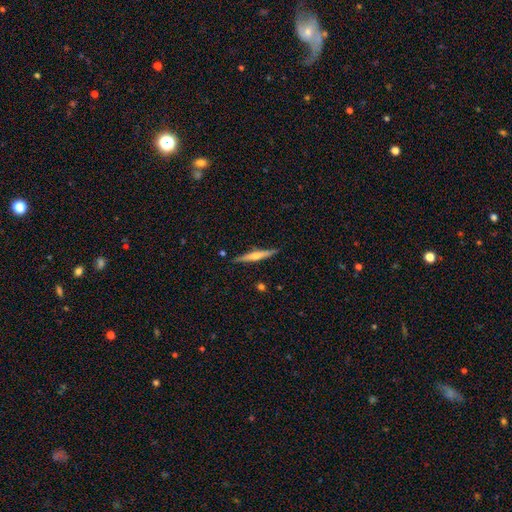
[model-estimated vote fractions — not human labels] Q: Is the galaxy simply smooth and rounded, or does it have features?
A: featured or disk — 60%.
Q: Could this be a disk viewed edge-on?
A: yes — 97%.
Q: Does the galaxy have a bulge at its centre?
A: rounded — 78%.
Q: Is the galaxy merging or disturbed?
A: none — 88%.